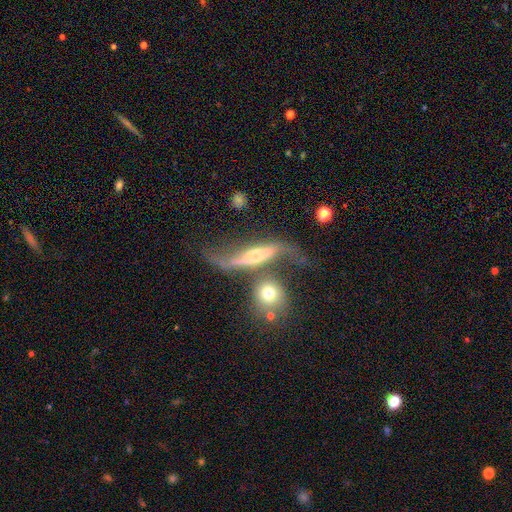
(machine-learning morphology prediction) type=featured or disk (78%); edge-on=no (51%); merging=none (35%).